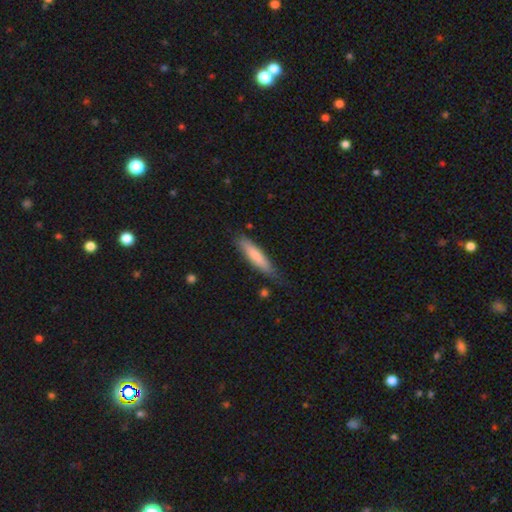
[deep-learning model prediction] Smooth or featured? Predicted: smooth (p=0.77). How rounded? Predicted: cigar-shaped (p=0.82). Merging? Predicted: none (p=0.72).